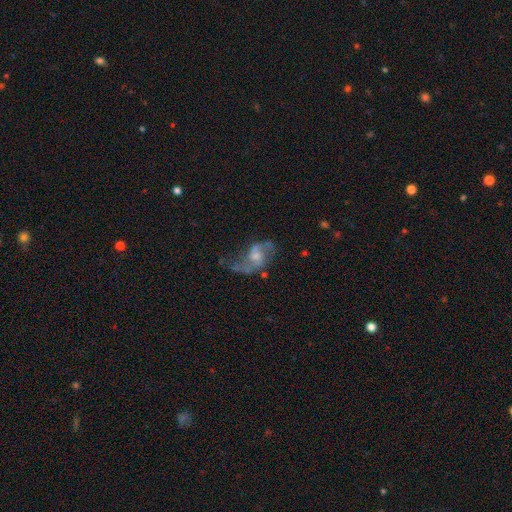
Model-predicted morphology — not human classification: Smooth or featured?
  - featured or disk: 75% *
  - smooth: 15%
  - star or artifact: 10%
Edge-on disk?
  - no: 96% *
  - yes: 4%
Bar?
  - no: 55% *
  - weak: 38%
  - strong: 7%
Spiral arms?
  - yes: 87% *
  - no: 13%
Spiral winding?
  - loose: 63% *
  - medium: 30%
  - tight: 7%
Spiral arm count?
  - 2: 83% *
  - can't tell: 7%
  - 1: 7%
  - 3: 2%
  - 4: 1%
  - more than 4: 1%
Bulge size?
  - moderate: 42% *
  - small: 38%
  - none: 12%
  - large: 7%
  - dominant: 1%
Merging?
  - none: 49% *
  - major disturbance: 26%
  - minor disturbance: 21%
  - merger: 4%